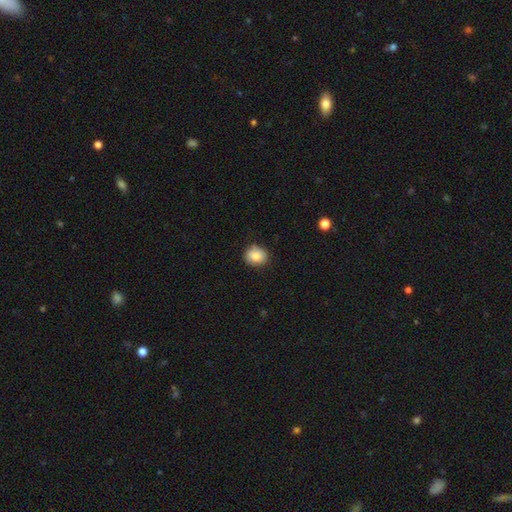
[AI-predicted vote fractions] A smooth galaxy with no disk features (84%) that is round (64%). Merging: none (84%).